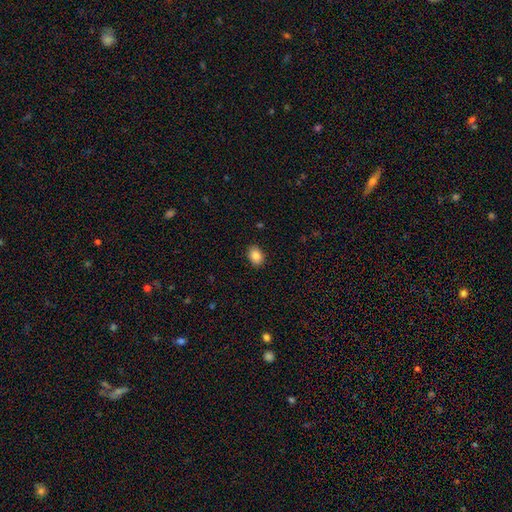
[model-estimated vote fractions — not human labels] smooth_or_featured: smooth (p=0.87) [alt: star or artifact p=0.08]
how_rounded: in between (p=0.73) [alt: round p=0.26]
merging: none (p=0.89) [alt: minor disturbance p=0.08]